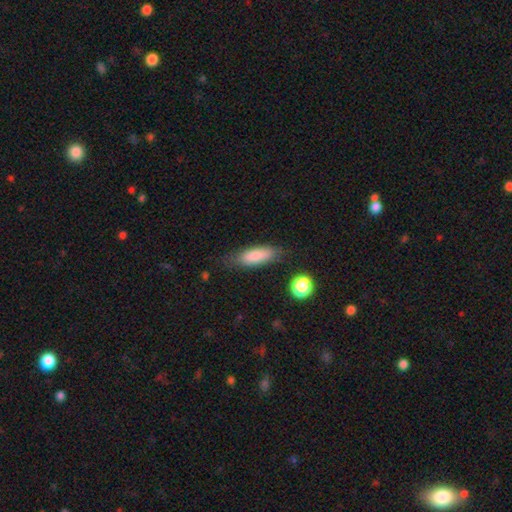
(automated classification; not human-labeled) Smooth or featured?
  - smooth: 84% *
  - featured or disk: 9%
  - star or artifact: 7%
How rounded?
  - in between: 63% *
  - cigar-shaped: 34%
  - round: 2%
Merging?
  - none: 74% *
  - minor disturbance: 18%
  - major disturbance: 6%
  - merger: 2%